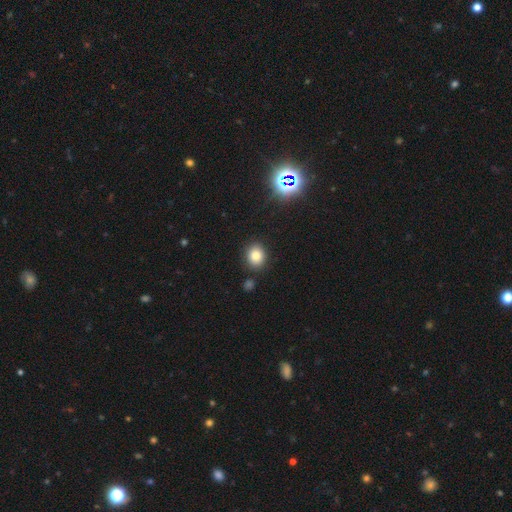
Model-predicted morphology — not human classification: Smooth or featured? smooth (80%)
How rounded? round (66%)
Merging? none (86%)